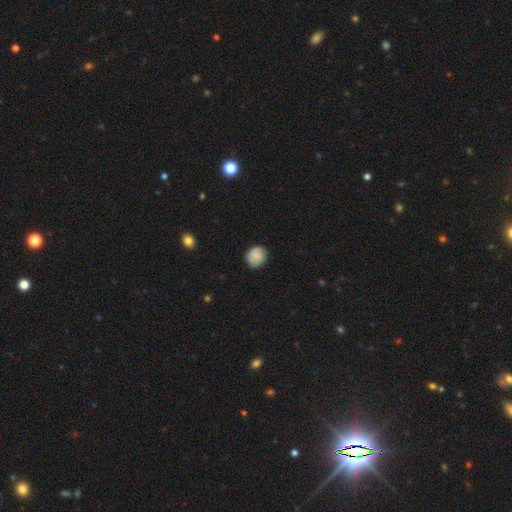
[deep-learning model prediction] This is clearly a smooth galaxy (86%). How rounded: likely round (74%). Merging: clearly none (83%).